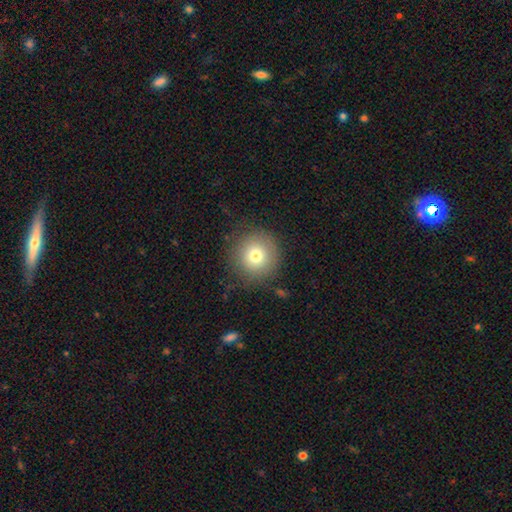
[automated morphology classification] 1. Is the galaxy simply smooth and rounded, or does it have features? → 75% smooth, 13% featured or disk, 12% star or artifact.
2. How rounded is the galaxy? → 95% round, 4% in between, 1% cigar-shaped.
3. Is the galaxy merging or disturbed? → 84% none, 10% minor disturbance, 4% major disturbance, 1% merger.